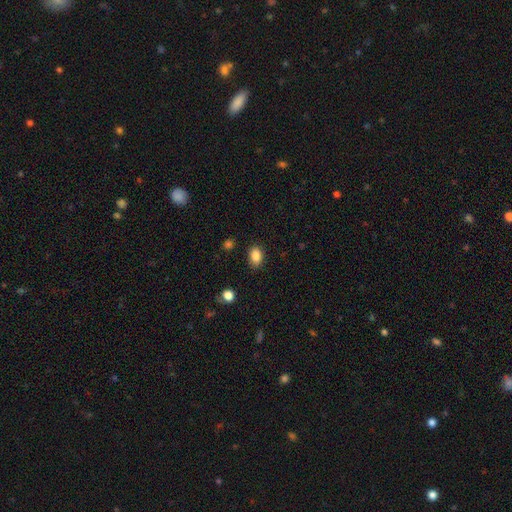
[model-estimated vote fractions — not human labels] Q: Smooth or featured?
A: smooth (86%); runner-up: star or artifact (10%)
Q: How rounded?
A: in between (78%); runner-up: round (21%)
Q: Merging?
A: none (82%); runner-up: minor disturbance (13%)